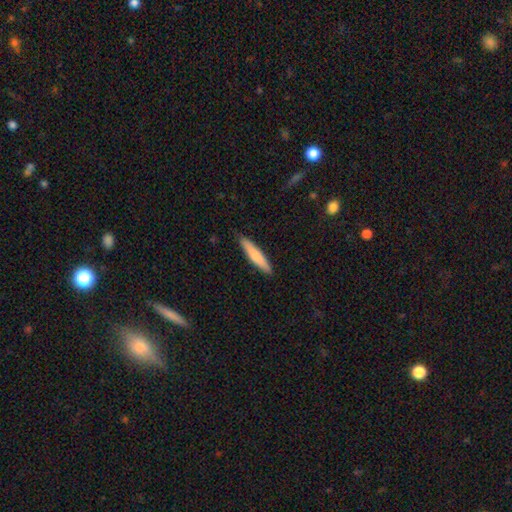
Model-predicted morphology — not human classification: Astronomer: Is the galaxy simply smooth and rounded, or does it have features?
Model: smooth — 76%.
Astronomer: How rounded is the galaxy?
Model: cigar-shaped — 87%.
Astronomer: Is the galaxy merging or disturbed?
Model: none — 88%.